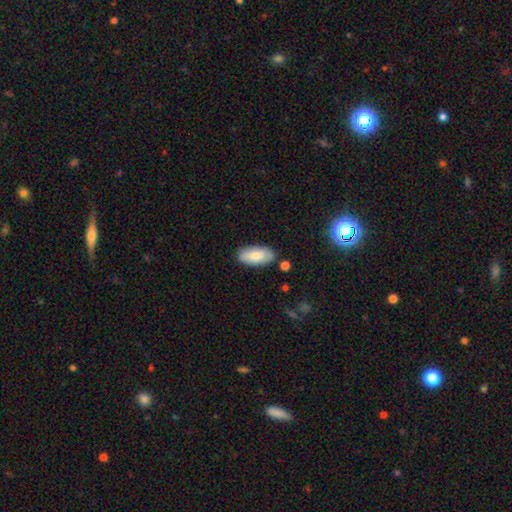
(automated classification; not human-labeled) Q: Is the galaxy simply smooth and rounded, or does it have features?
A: smooth — 75%.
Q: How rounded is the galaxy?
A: in between — 91%.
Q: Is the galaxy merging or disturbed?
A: none — 81%.